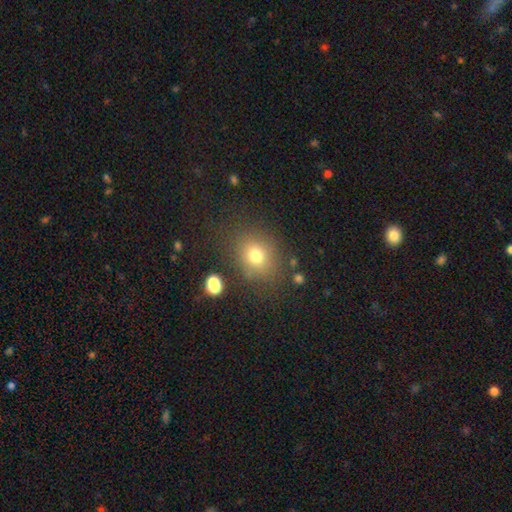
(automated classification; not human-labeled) smooth-or-featured: smooth: 74% | star or artifact: 16% | featured or disk: 10%
  how-rounded: round: 64% | in between: 34% | cigar-shaped: 1%
  merging: none: 78% | minor disturbance: 12% | major disturbance: 7% | merger: 3%